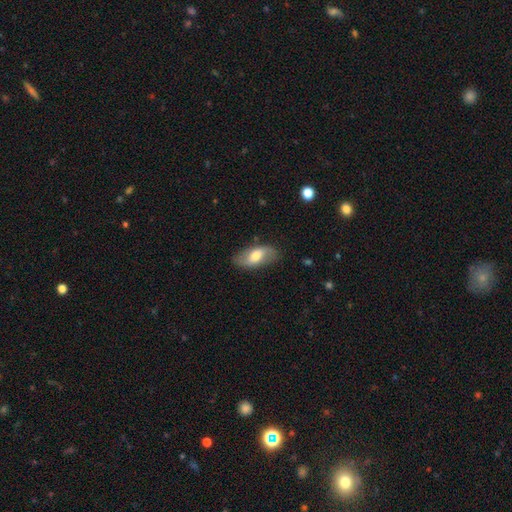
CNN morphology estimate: A smooth galaxy with no disk features (50%). Merging: none (78%).